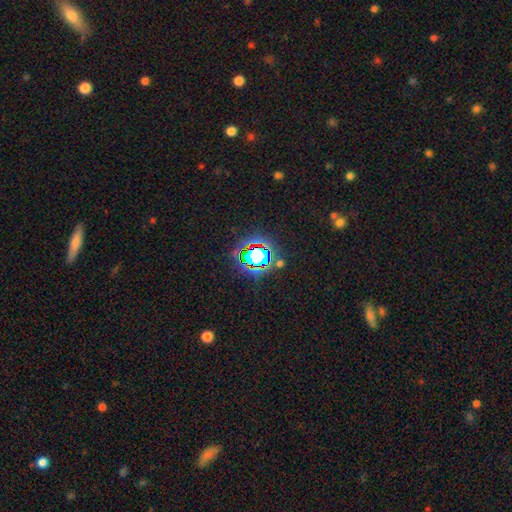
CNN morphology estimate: A star or artifact, not a galaxy (62%).